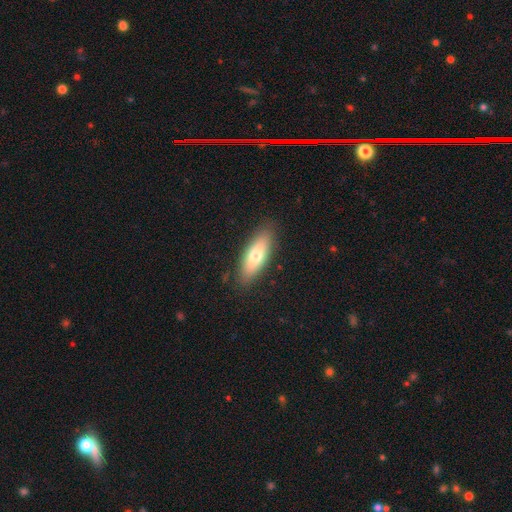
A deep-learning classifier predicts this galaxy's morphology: smooth-or-featured: smooth: 70% | featured or disk: 24% | star or artifact: 7%
  how-rounded: in between: 63% | cigar-shaped: 35% | round: 2%
  merging: none: 86% | minor disturbance: 10% | major disturbance: 2% | merger: 1%